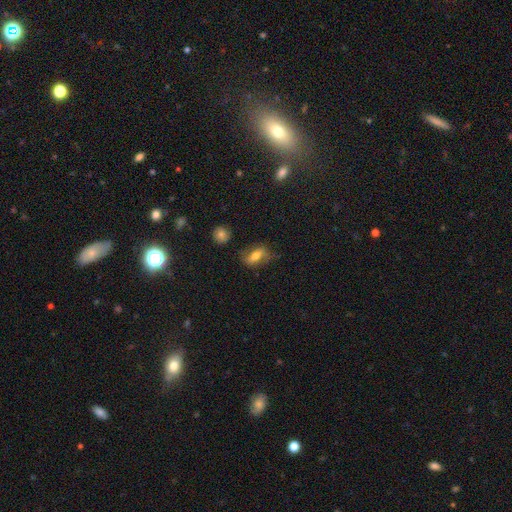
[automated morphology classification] Q: Smooth or featured?
A: smooth (57%); runner-up: featured or disk (33%)
Q: How rounded?
A: in between (76%); runner-up: cigar-shaped (13%)
Q: Merging?
A: none (68%); runner-up: minor disturbance (21%)